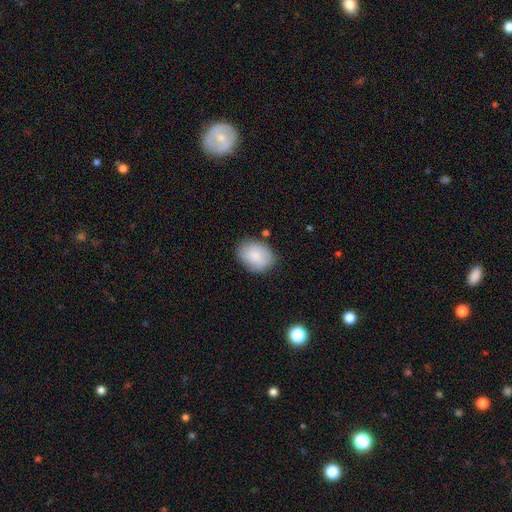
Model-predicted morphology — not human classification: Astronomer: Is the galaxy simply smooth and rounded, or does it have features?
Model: smooth — 84%.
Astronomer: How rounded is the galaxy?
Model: in between — 63%.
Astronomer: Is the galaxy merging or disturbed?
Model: none — 77%.